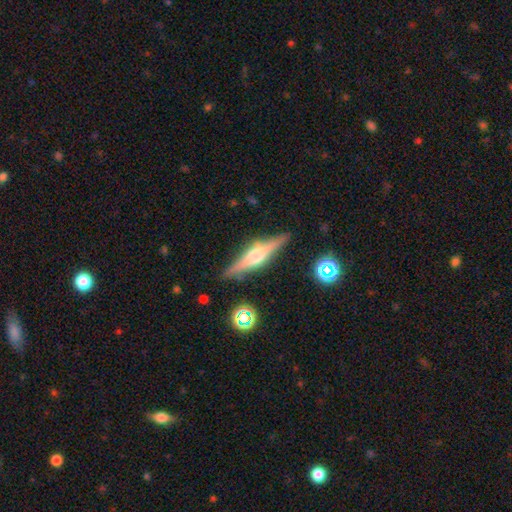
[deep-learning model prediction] Smooth or featured? featured or disk (68%)
Edge-on disk? yes (96%)
Edge-on bulge? rounded (87%)
Merging? none (87%)